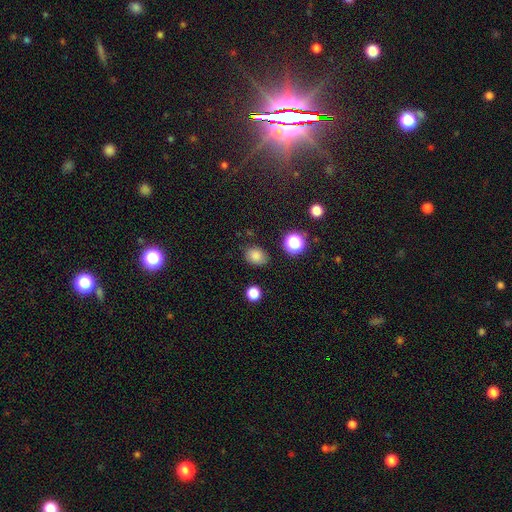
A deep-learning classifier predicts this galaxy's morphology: smooth-or-featured: smooth: 81% | star or artifact: 13% | featured or disk: 5%
  how-rounded: in between: 58% | round: 41% | cigar-shaped: 1%
  merging: none: 79% | minor disturbance: 15% | major disturbance: 4% | merger: 2%